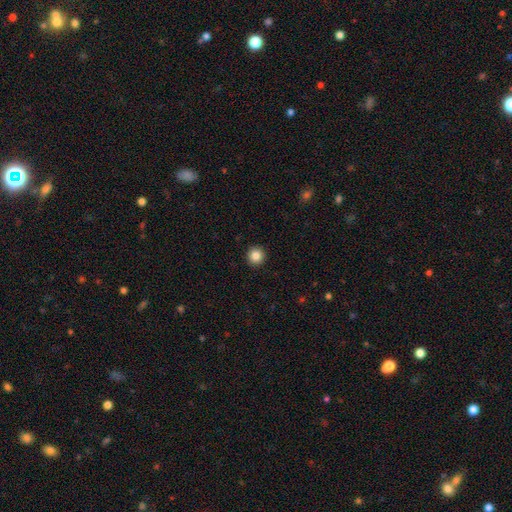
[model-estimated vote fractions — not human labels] smooth-or-featured: smooth: 85% | star or artifact: 10% | featured or disk: 5%
  how-rounded: round: 96% | in between: 3% | cigar-shaped: 1%
  merging: none: 94% | minor disturbance: 4% | major disturbance: 1% | merger: 1%